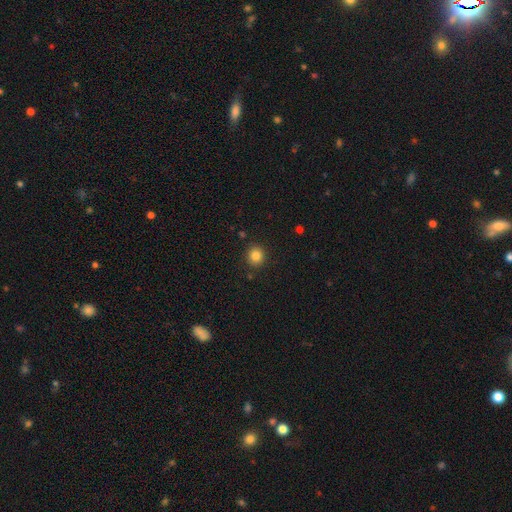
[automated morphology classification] Overall: smooth (84%). How rounded: round (88%). Merging: none (89%).